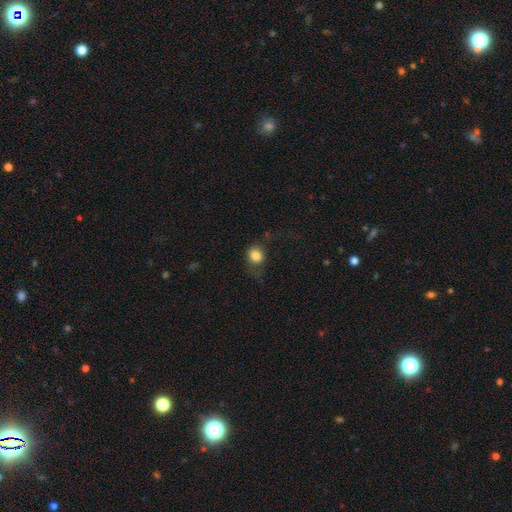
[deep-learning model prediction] A smooth galaxy with no disk features (82%) that is round (61%).

Vote fractions:
- Smooth or featured? smooth: 82% / star or artifact: 9% / featured or disk: 8%
- How rounded? round: 61% / in between: 38% / cigar-shaped: 1%
- Merging? none: 51% / minor disturbance: 27% / major disturbance: 20% / merger: 2%